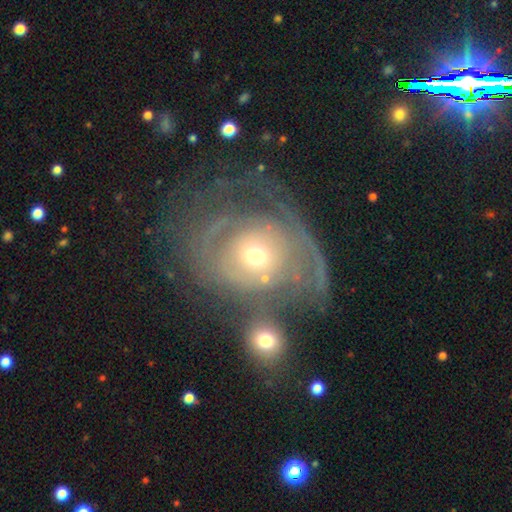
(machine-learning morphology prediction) A featured or disk galaxy (71%) with no bar (81%), spiral arms (69%) and a moderate central bulge (52%). Merging: none (33%).